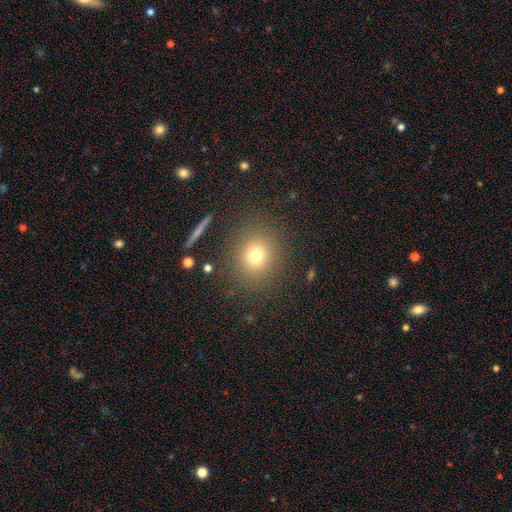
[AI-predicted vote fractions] A smooth galaxy with no disk features (73%) that is round (83%).

Vote fractions:
- Smooth or featured? smooth: 73% / star or artifact: 16% / featured or disk: 11%
- How rounded? round: 83% / in between: 16% / cigar-shaped: 1%
- Merging? none: 86% / minor disturbance: 8% / major disturbance: 4% / merger: 2%